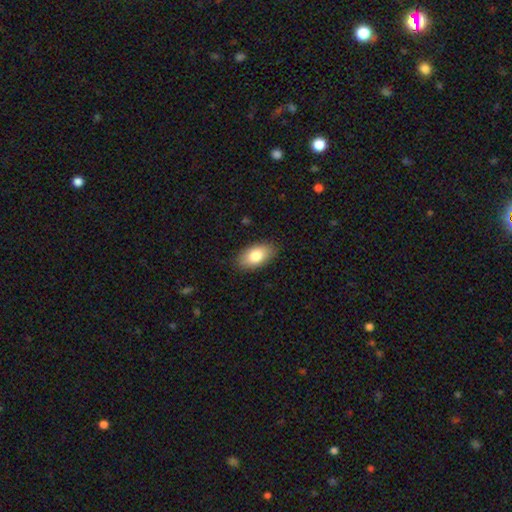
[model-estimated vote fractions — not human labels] This appears to be a smooth galaxy with no disk features (80%) that is in between round and cigar-shaped (93%). Merging: none (86%).